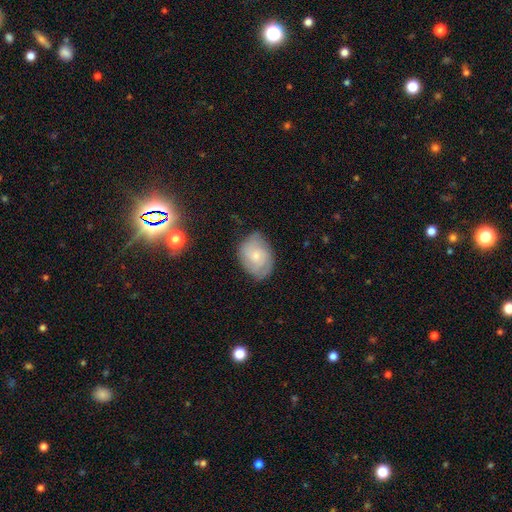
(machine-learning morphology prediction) Smooth or featured?
  - featured or disk: 54% *
  - smooth: 39%
  - star or artifact: 7%
Edge-on disk?
  - no: 97% *
  - yes: 3%
Bar?
  - no: 74% *
  - weak: 23%
  - strong: 3%
Spiral arms?
  - yes: 86% *
  - no: 14%
Bulge size?
  - small: 63% *
  - moderate: 32%
  - none: 3%
  - large: 2%
  - dominant: 1%
Merging?
  - none: 69% *
  - minor disturbance: 23%
  - major disturbance: 6%
  - merger: 1%